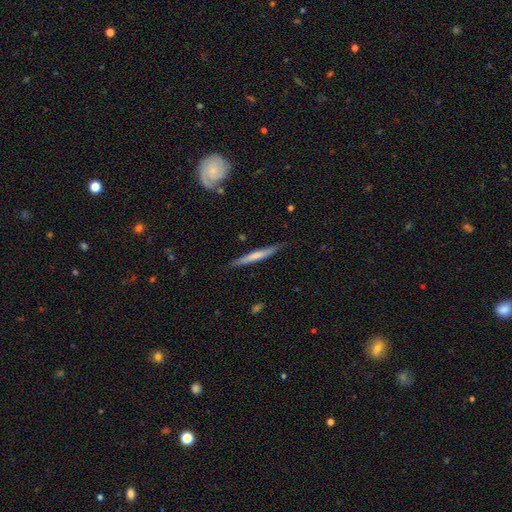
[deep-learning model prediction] The model was most divided on "smooth or featured": smooth: 56%, featured or disk: 38%, star or artifact: 5%. More confident: how rounded — cigar-shaped (96%); merging — none (85%).